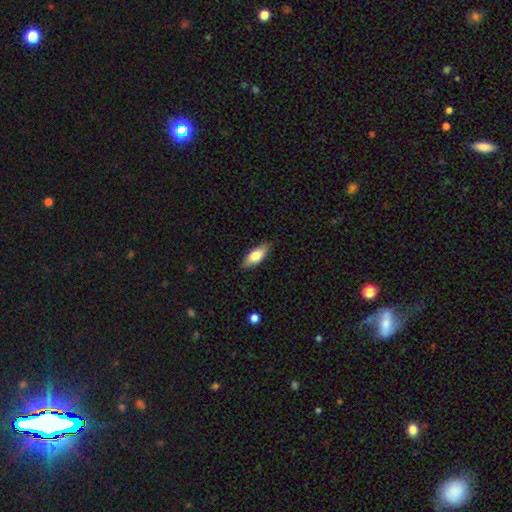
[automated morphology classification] Smooth or featured? Predicted: smooth (p=0.74). How rounded? Predicted: in between (p=0.75). Merging? Predicted: none (p=0.84).